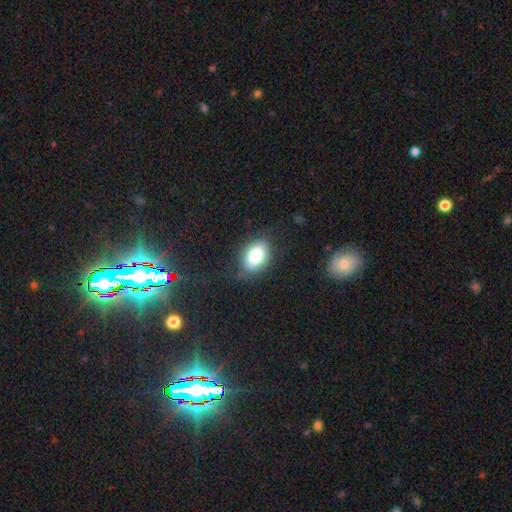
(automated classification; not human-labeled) Smooth or featured? Predicted: smooth (p=0.78). How rounded? Predicted: in between (p=0.78). Merging? Predicted: none (p=0.75).